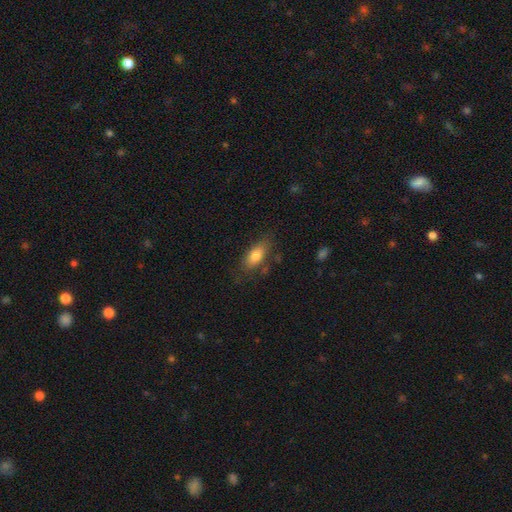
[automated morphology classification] smooth 78%, featured or disk 14%, star or artifact 7%. Down the decision tree: how rounded — in between (83%); merging — none (69%).